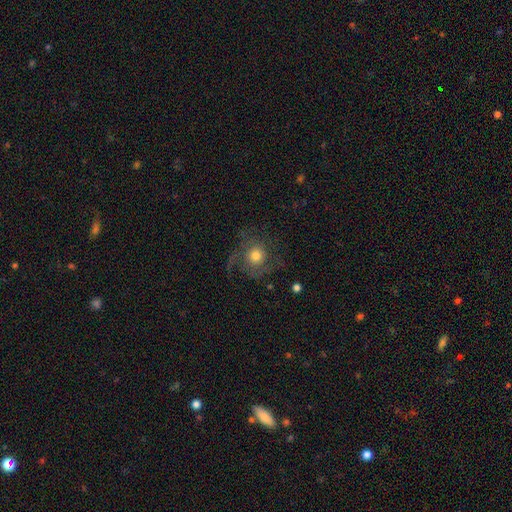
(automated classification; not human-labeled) Smooth or featured: featured or disk — 46% (smooth — 43%)
Merging: none — 56% (major disturbance — 24%)